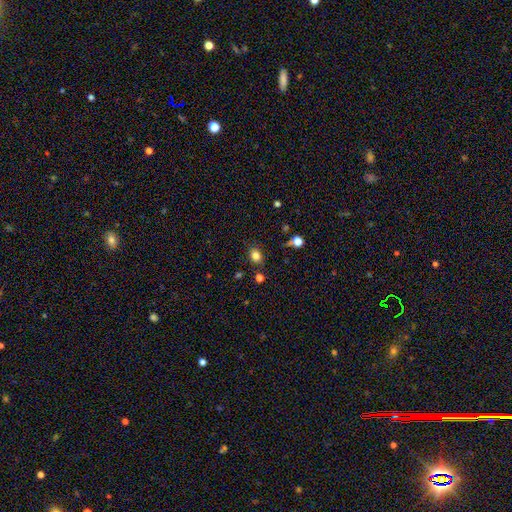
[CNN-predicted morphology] Q: Smooth or featured?
A: smooth (81%); runner-up: star or artifact (13%)
Q: How rounded?
A: round (51%); runner-up: in between (48%)
Q: Merging?
A: none (82%); runner-up: minor disturbance (11%)